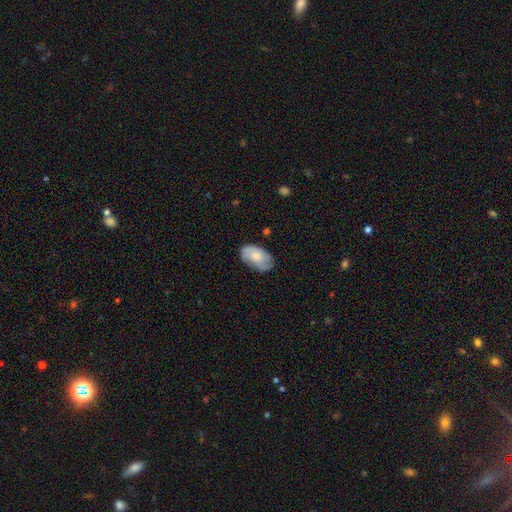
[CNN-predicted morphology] type=smooth (57%); roundness=in between (92%); merging=none (70%).